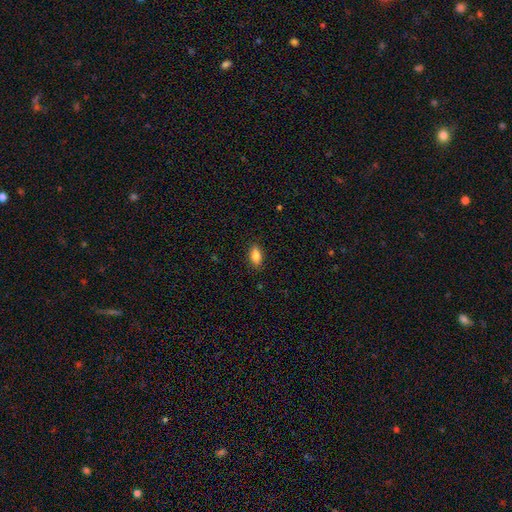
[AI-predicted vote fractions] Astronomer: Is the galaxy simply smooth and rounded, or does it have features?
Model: smooth — 84%.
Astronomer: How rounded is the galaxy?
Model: in between — 87%.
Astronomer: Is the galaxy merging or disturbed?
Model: none — 87%.